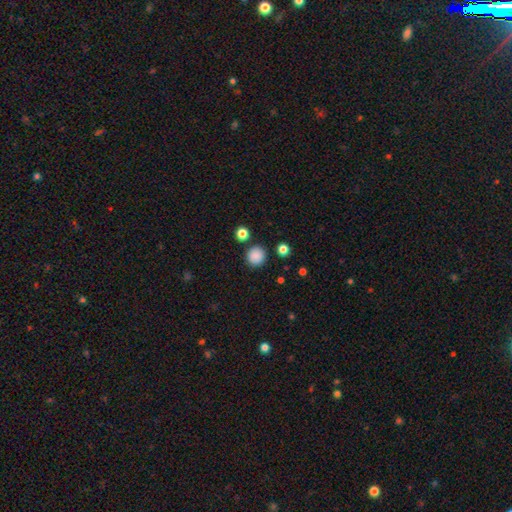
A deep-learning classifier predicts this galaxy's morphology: type=smooth (87%); roundness=round (92%); merging=none (87%).